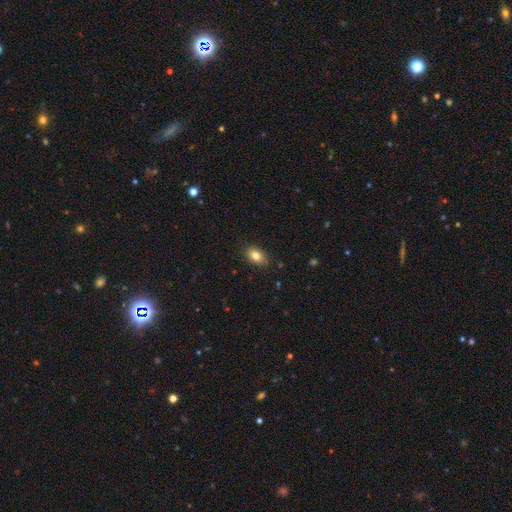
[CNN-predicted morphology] Q: Smooth or featured?
A: smooth (82%); runner-up: featured or disk (9%)
Q: How rounded?
A: in between (82%); runner-up: round (16%)
Q: Merging?
A: none (84%); runner-up: minor disturbance (13%)